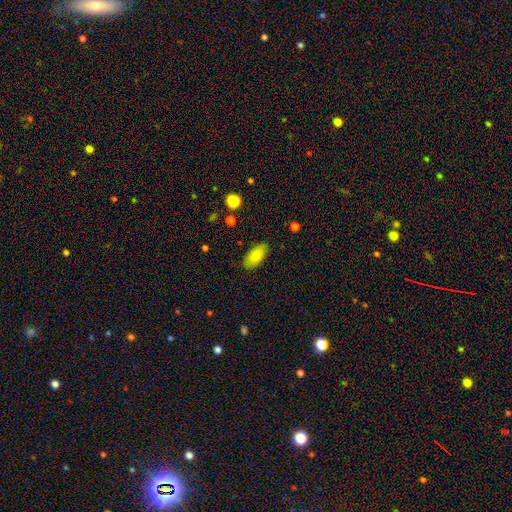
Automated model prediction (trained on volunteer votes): Smooth or featured?
  - smooth: 87% *
  - star or artifact: 7%
  - featured or disk: 6%
How rounded?
  - in between: 91% *
  - cigar-shaped: 6%
  - round: 2%
Merging?
  - none: 85% *
  - minor disturbance: 11%
  - major disturbance: 3%
  - merger: 1%